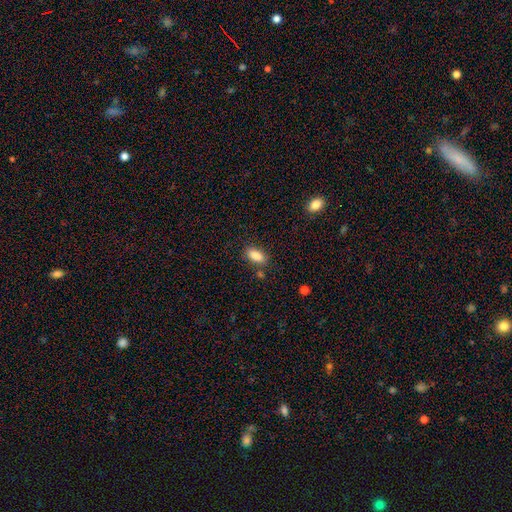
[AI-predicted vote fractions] The model was most divided on "merging": none: 80%, minor disturbance: 12%, merger: 5%, major disturbance: 3%. More confident: how rounded — in between (89%); smooth or featured — smooth (87%).